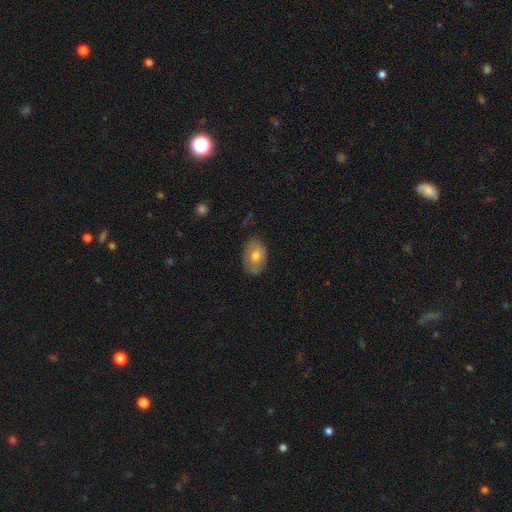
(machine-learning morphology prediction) Q: Smooth or featured?
A: smooth (71%); runner-up: featured or disk (22%)
Q: How rounded?
A: in between (84%); runner-up: round (14%)
Q: Merging?
A: none (73%); runner-up: minor disturbance (21%)